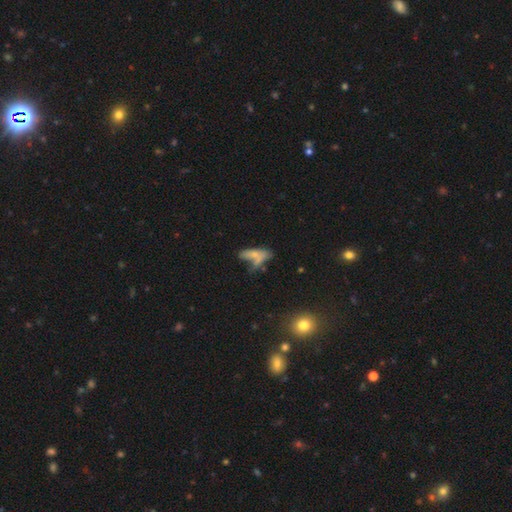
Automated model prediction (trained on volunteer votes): smooth_or_featured: smooth (p=0.64) [alt: featured or disk p=0.23]
how_rounded: in between (p=0.54) [alt: cigar-shaped p=0.41]
merging: none (p=0.37) [alt: merger p=0.30]